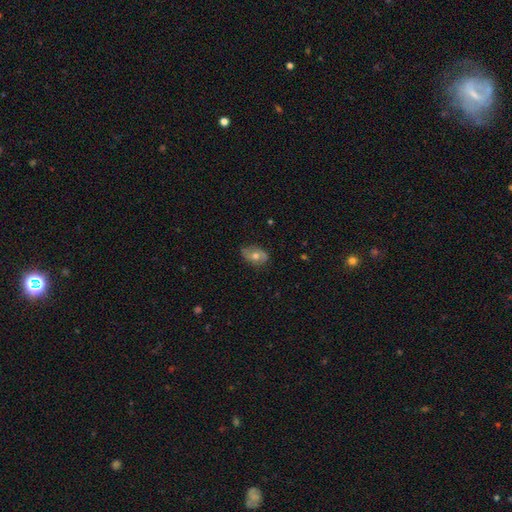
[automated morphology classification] Overall: featured or disk (49%; smooth 41%). Merging: none (76%).